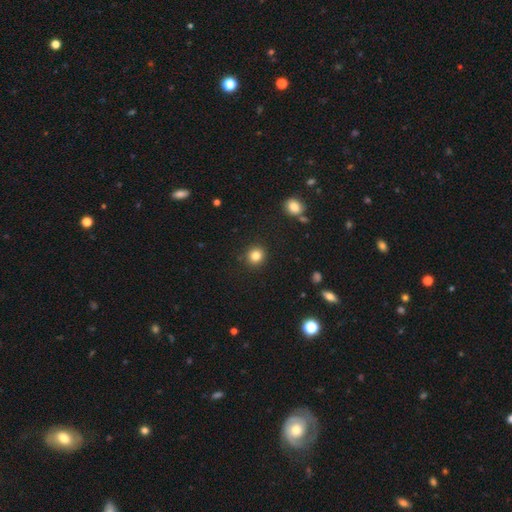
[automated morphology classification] Q: Smooth or featured?
A: smooth (83%); runner-up: star or artifact (11%)
Q: How rounded?
A: round (87%); runner-up: in between (12%)
Q: Merging?
A: none (91%); runner-up: minor disturbance (6%)